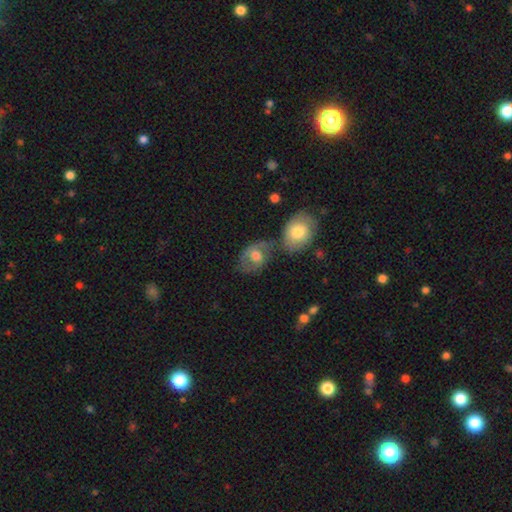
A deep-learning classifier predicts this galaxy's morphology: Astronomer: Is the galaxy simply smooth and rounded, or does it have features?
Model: smooth — 57% (runner-up: featured or disk, 35%).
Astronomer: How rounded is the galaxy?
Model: in between — 66%.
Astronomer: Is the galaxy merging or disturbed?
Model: none — 38% (runner-up: merger, 28%).